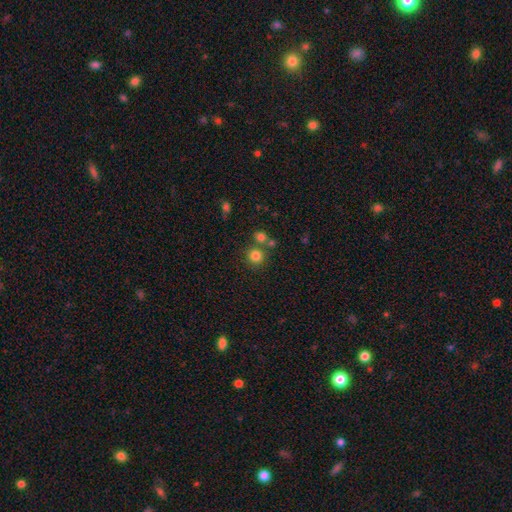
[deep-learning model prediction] The model was most divided on "merging": none: 72%, merger: 17%, minor disturbance: 8%, major disturbance: 3%. More confident: how rounded — round (91%); smooth or featured — smooth (80%).